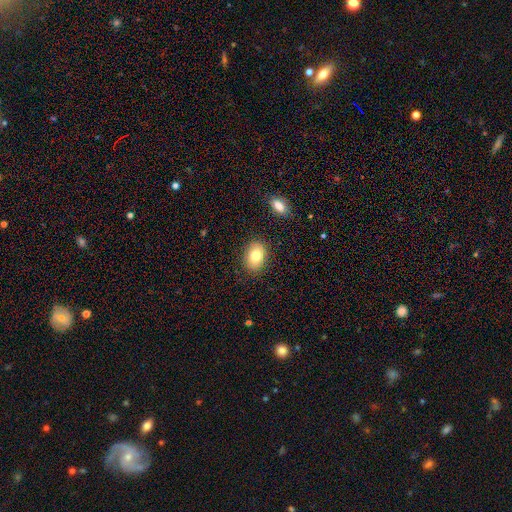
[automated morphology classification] Smooth or featured? smooth (80%)
How rounded? in between (72%)
Merging? none (85%)